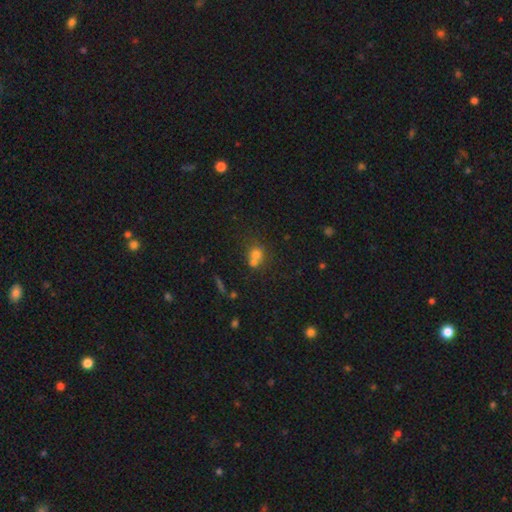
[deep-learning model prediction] The model was most divided on "merging": merger: 56%, none: 33%, minor disturbance: 7%, major disturbance: 4%. More confident: how rounded — round (76%); smooth or featured — smooth (67%).